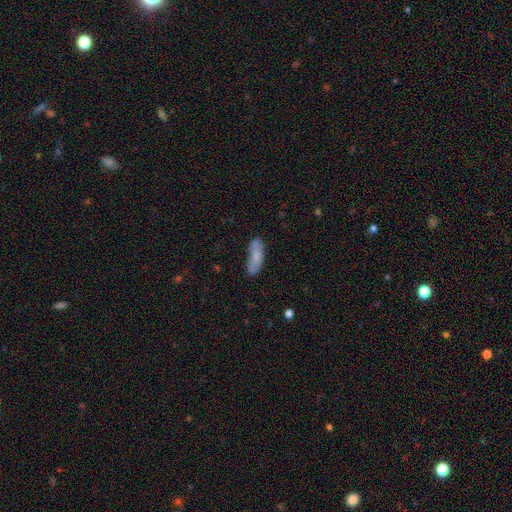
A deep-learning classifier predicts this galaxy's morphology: smooth_or_featured: smooth (p=0.74) [alt: featured or disk p=0.20]
how_rounded: in between (p=0.60) [alt: cigar-shaped p=0.38]
merging: none (p=0.67) [alt: minor disturbance p=0.23]